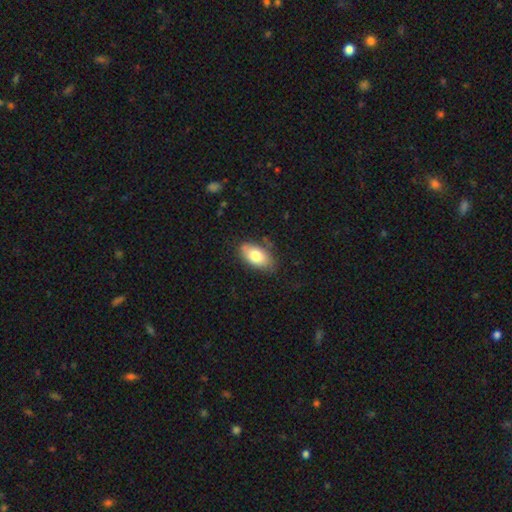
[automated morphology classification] Smooth or featured? Predicted: smooth (p=0.77). How rounded? Predicted: in between (p=0.92). Merging? Predicted: none (p=0.76).